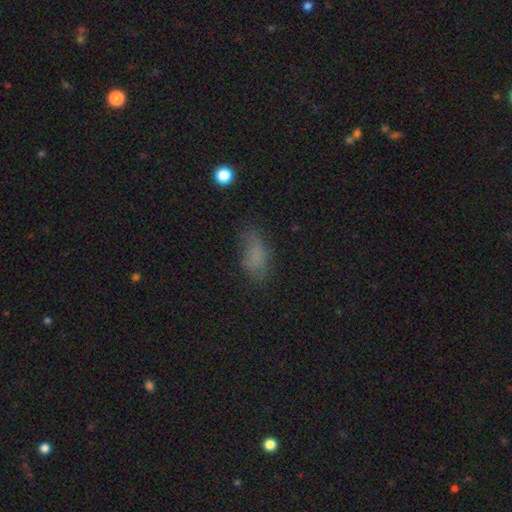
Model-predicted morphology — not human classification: Smooth or featured?
  - smooth: 71% *
  - star or artifact: 15%
  - featured or disk: 13%
How rounded?
  - in between: 86% *
  - cigar-shaped: 8%
  - round: 6%
Merging?
  - none: 59% *
  - minor disturbance: 26%
  - major disturbance: 13%
  - merger: 2%